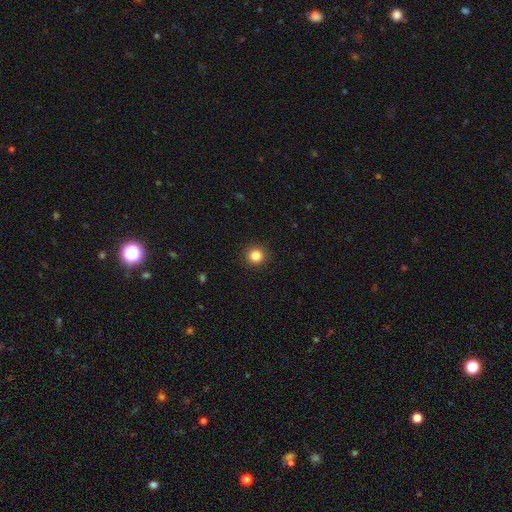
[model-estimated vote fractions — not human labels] smooth 85%, star or artifact 11%, featured or disk 4%. Down the decision tree: how rounded — round (94%); merging — none (92%).